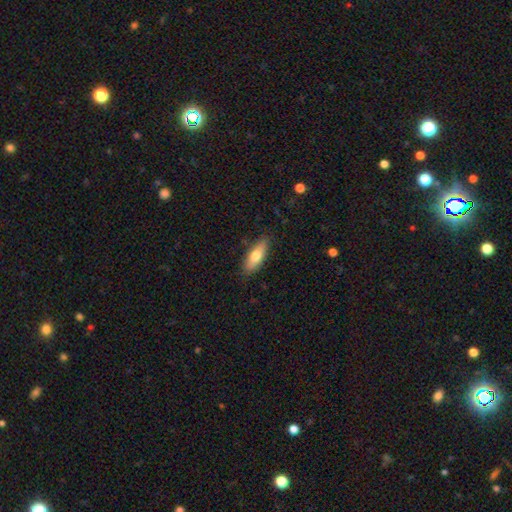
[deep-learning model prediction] smooth-or-featured: smooth: 71% | featured or disk: 22% | star or artifact: 6%
  how-rounded: in between: 60% | cigar-shaped: 38% | round: 2%
  merging: none: 83% | minor disturbance: 13% | major disturbance: 2% | merger: 1%